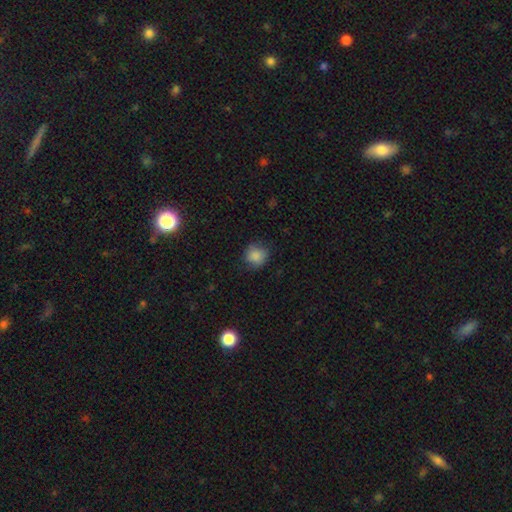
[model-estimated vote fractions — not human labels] smooth-or-featured: smooth: 85% | star or artifact: 9% | featured or disk: 6%
  how-rounded: round: 84% | in between: 15% | cigar-shaped: 1%
  merging: none: 76% | minor disturbance: 18% | major disturbance: 5% | merger: 1%